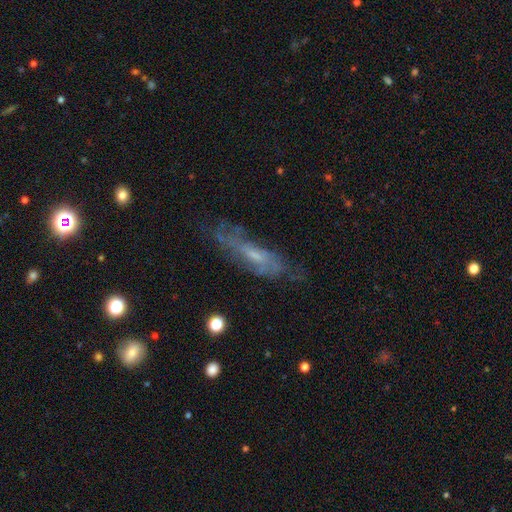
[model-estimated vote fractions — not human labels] Smooth or featured? Predicted: featured or disk (p=0.63). Edge-on disk? Predicted: no (p=0.64). Merging? Predicted: none (p=0.64).